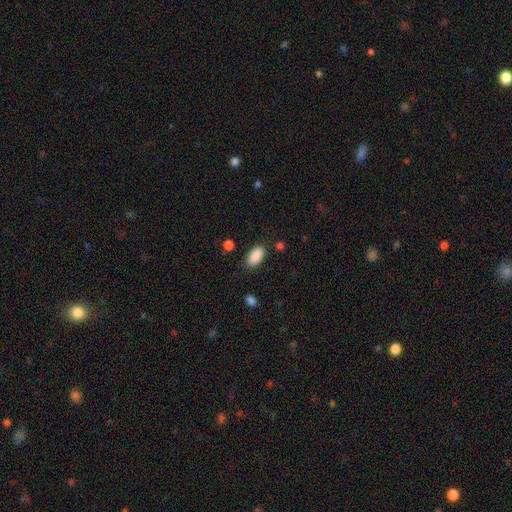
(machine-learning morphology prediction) smooth 90%, star or artifact 7%, featured or disk 3%. Down the decision tree: how rounded — in between (93%); merging — none (83%).